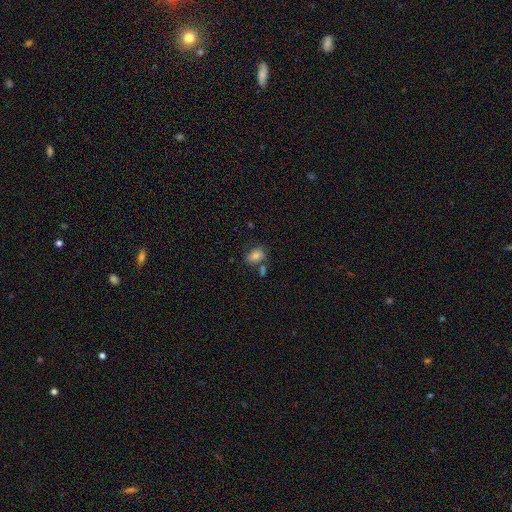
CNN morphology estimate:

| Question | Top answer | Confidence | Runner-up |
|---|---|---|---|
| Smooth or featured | smooth | 75% | featured or disk (14%) |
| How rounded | in between | 73% | round (26%) |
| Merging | none | 61% | minor disturbance (18%) |